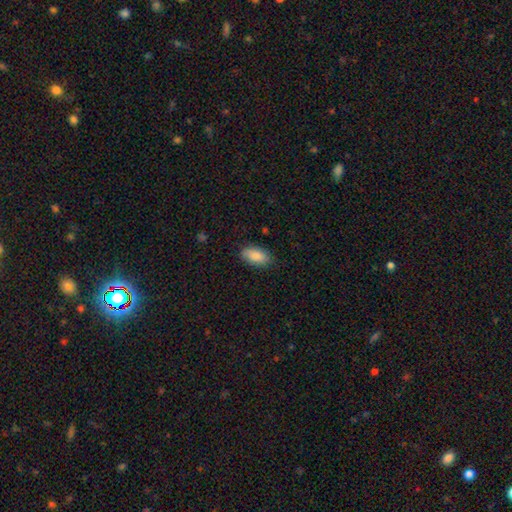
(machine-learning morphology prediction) Smooth or featured? smooth (86%)
How rounded? in between (93%)
Merging? none (81%)